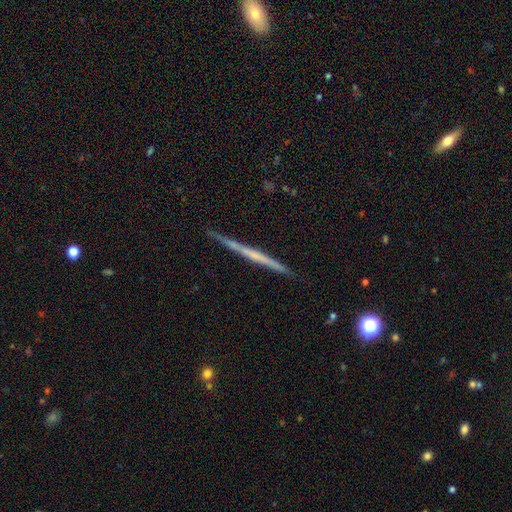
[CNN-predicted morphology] This appears to be a featured or disk galaxy (64%) viewed edge-on (98%) with no central bulge (81%). Merging: none (88%).